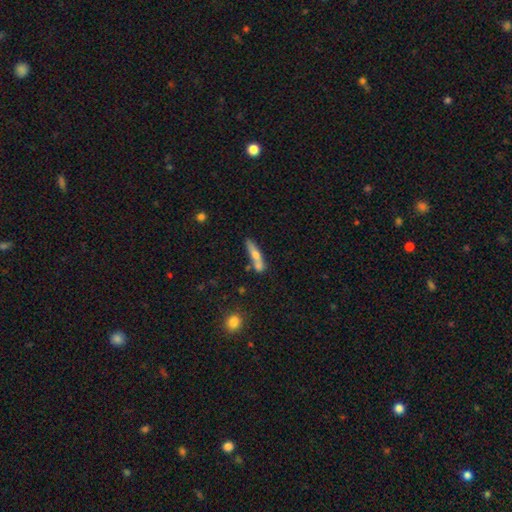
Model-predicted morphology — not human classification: smooth-or-featured: smooth: 57% | featured or disk: 37% | star or artifact: 7%
  how-rounded: cigar-shaped: 82% | in between: 15% | round: 3%
  merging: none: 54% | merger: 25% | minor disturbance: 16% | major disturbance: 5%